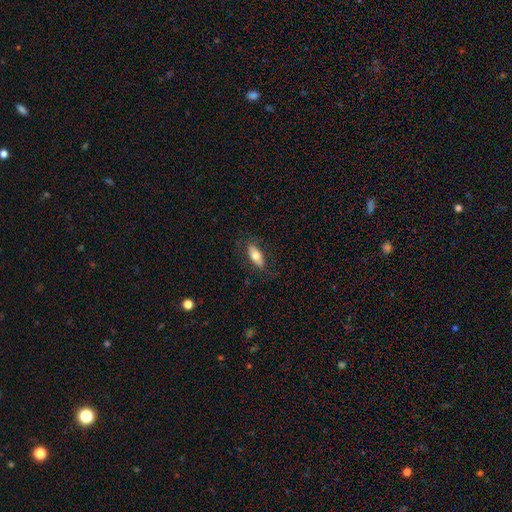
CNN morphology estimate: This appears to be a smooth galaxy with no disk features (70%) that is in between round and cigar-shaped (82%). Merging: none (80%).